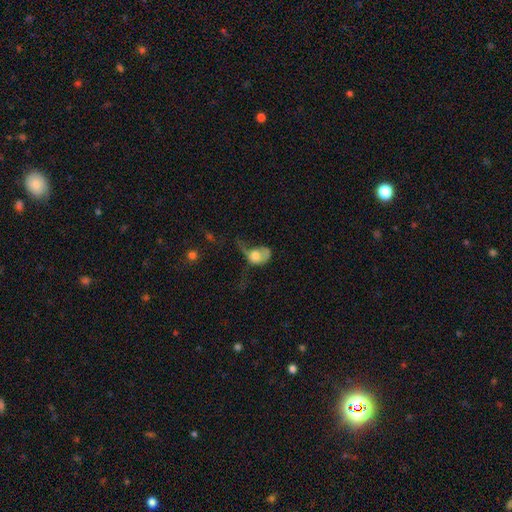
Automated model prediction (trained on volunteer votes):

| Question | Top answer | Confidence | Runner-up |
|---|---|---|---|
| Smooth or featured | smooth | 61% | featured or disk (31%) |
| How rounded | in between | 62% | round (36%) |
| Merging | major disturbance | 62% | minor disturbance (16%) |